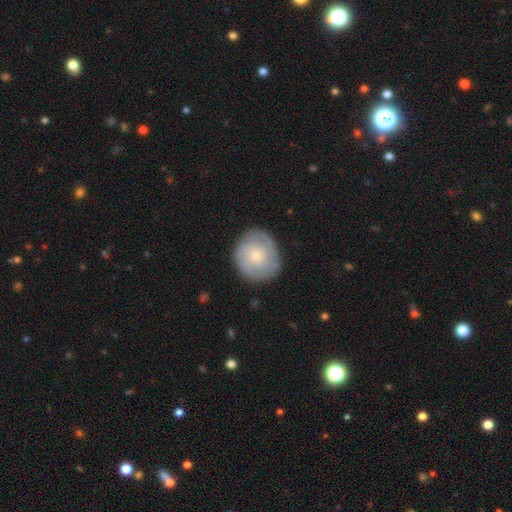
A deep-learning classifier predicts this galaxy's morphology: Smooth or featured? Predicted: featured or disk (p=0.68). Edge-on disk? Predicted: no (p=0.98). Bar? Predicted: no (p=0.79). Spiral arms? Predicted: yes (p=0.90). Spiral winding? Predicted: tight (p=0.66). Spiral arm count? Predicted: can't tell (p=0.31). Bulge size? Predicted: small (p=0.72). Merging? Predicted: none (p=0.81).